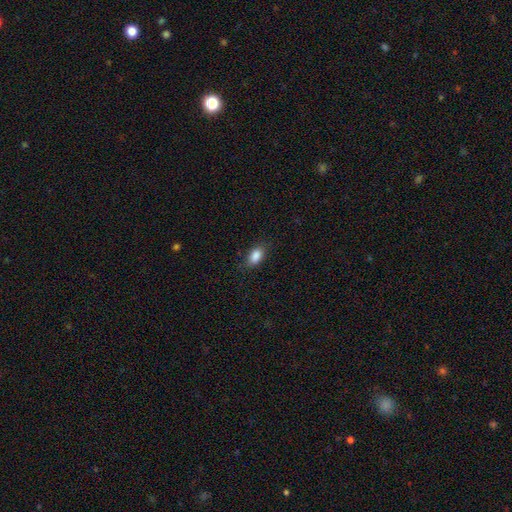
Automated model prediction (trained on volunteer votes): A smooth galaxy with no disk features (87%) that is in between round and cigar-shaped (89%). Merging: none (81%).